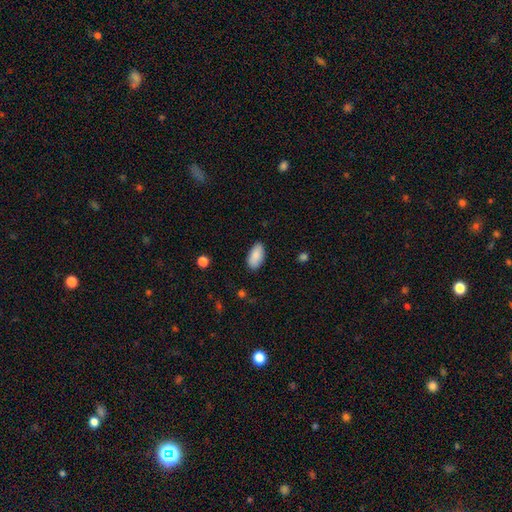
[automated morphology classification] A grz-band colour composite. It shows a smooth galaxy with no disk features (88%) that is in between round and cigar-shaped (94%). Merging: none (86%).